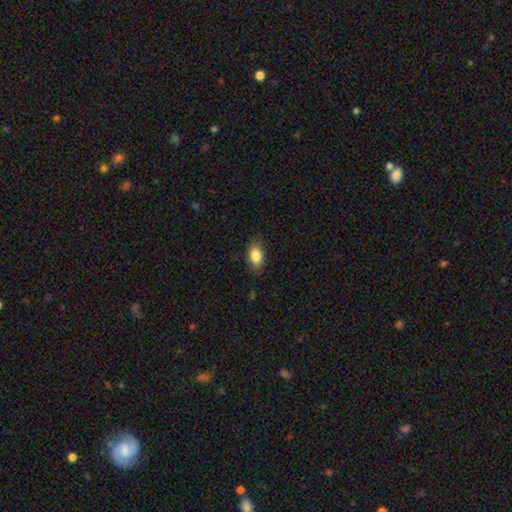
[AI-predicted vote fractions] A smooth galaxy with no disk features (85%) that is in between round and cigar-shaped (88%). Merging: none (82%).